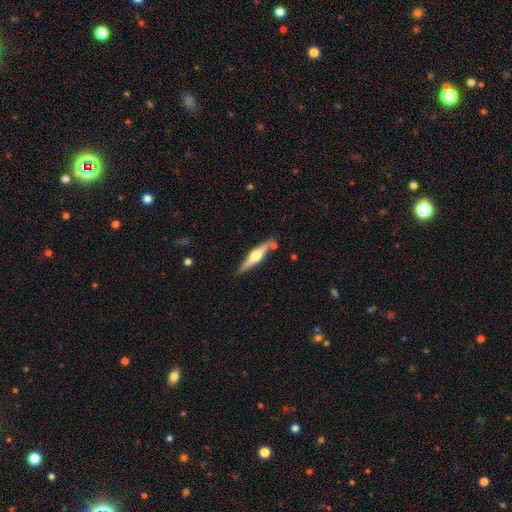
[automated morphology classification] Smooth or featured? Predicted: featured or disk (p=0.70). Edge-on disk? Predicted: yes (p=0.97). Edge-on bulge? Predicted: rounded (p=0.94). Merging? Predicted: none (p=0.83).